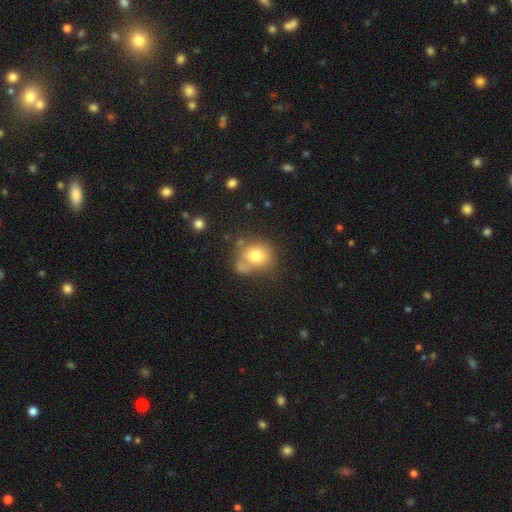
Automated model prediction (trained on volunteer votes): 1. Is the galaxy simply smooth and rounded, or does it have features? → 76% smooth, 13% featured or disk, 11% star or artifact.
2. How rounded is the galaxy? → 70% round, 29% in between, 1% cigar-shaped.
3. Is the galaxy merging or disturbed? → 51% none, 24% merger, 18% minor disturbance, 8% major disturbance.